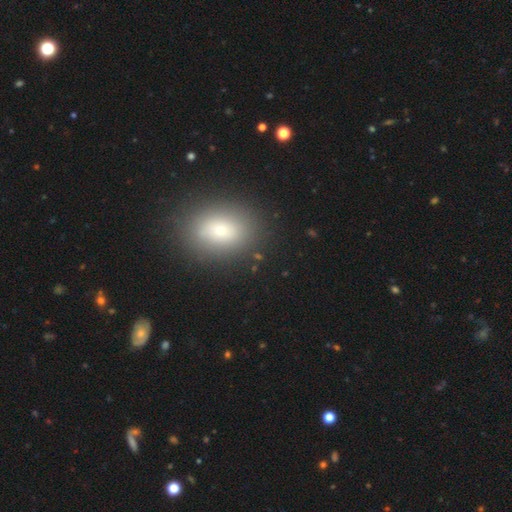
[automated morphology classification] smooth 71%, star or artifact 19%, featured or disk 10%. Down the decision tree: how rounded — in between (76%); merging — none (89%).